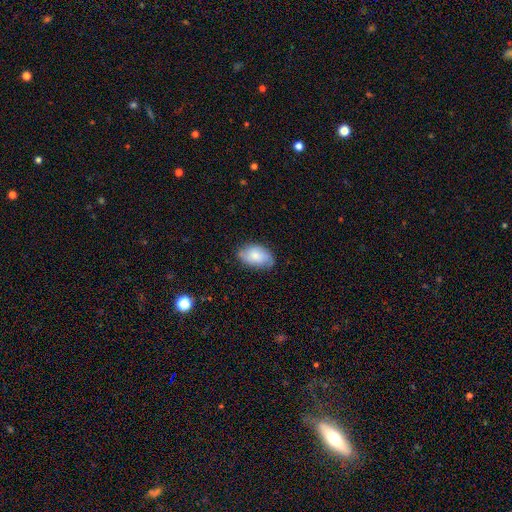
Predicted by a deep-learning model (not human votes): Smooth or featured?
  - smooth: 72% *
  - featured or disk: 21%
  - star or artifact: 7%
How rounded?
  - in between: 92% *
  - round: 7%
  - cigar-shaped: 1%
Merging?
  - none: 73% *
  - minor disturbance: 21%
  - major disturbance: 4%
  - merger: 1%